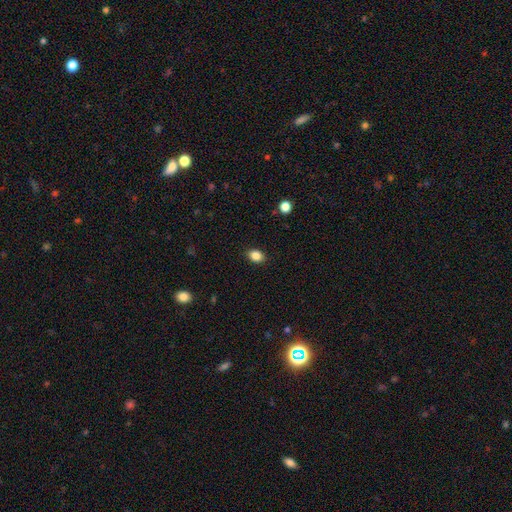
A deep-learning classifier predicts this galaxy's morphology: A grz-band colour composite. It shows a smooth galaxy with no disk features (86%) that is in between round and cigar-shaped (67%). Merging: none (89%).